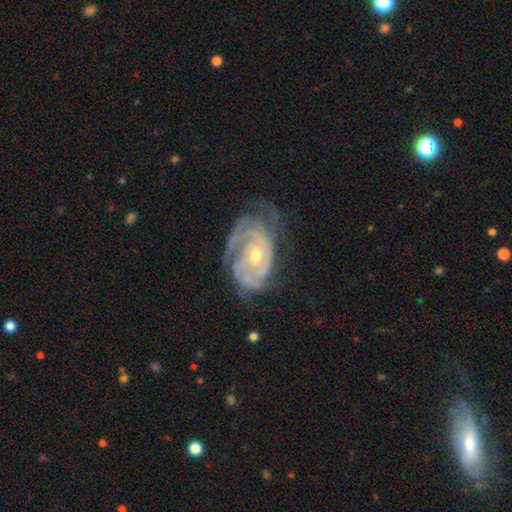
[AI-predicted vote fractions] Morphology: type=featured or disk (88%); edge-on=no (97%); bar=no (68%); spiral arms=yes (95%); winding=tight (69%); arm count=can't tell (31%); bulge=moderate (52%); merging=none (54%).